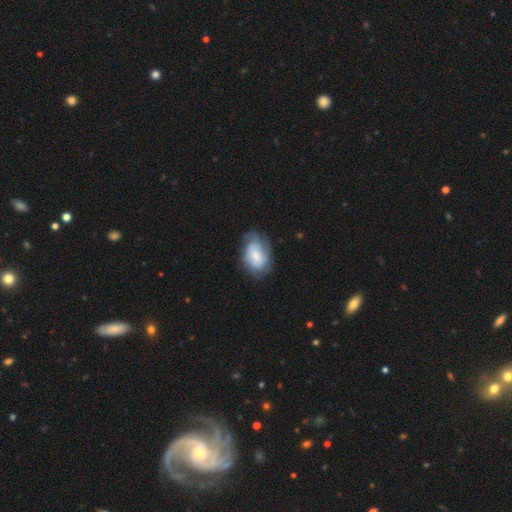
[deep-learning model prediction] smooth_or_featured: featured or disk (p=0.49) [alt: smooth p=0.43]
merging: none (p=0.54) [alt: minor disturbance p=0.29]